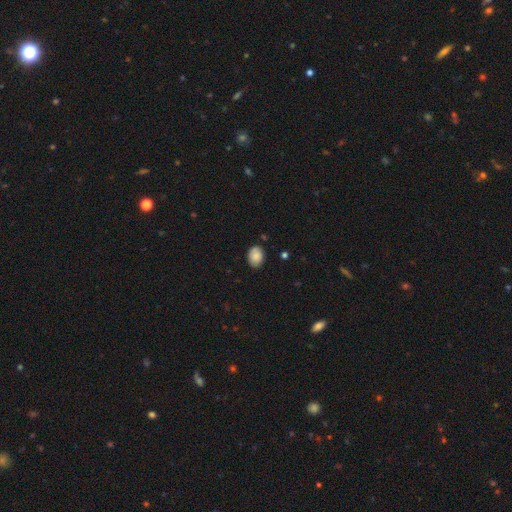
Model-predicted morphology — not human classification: type=smooth (83%); roundness=in between (68%); merging=none (81%).